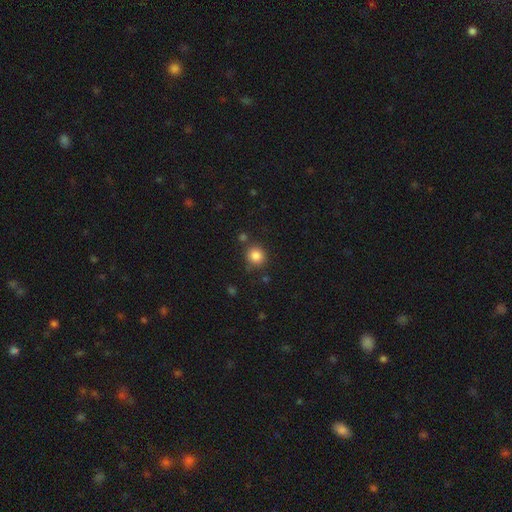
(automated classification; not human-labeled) A smooth galaxy with no disk features (85%) that is round (88%). Merging: none (81%).